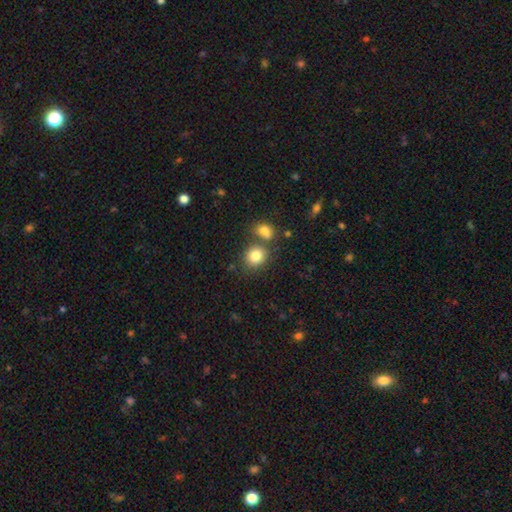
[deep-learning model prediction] Smooth or featured? smooth (83%)
How rounded? round (70%)
Merging? none (63%)